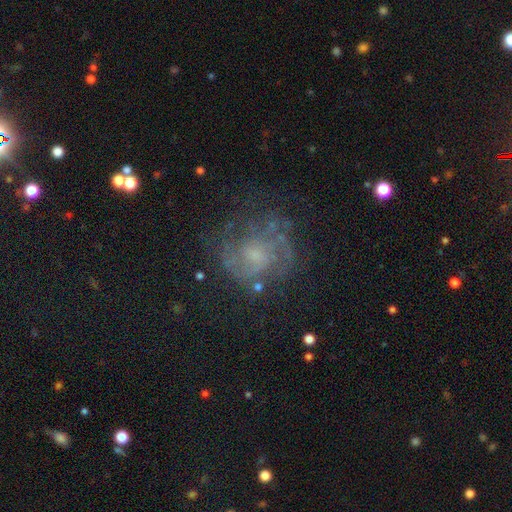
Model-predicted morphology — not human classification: A featured or disk galaxy (70%) with no bar (65%), medium (42%) spiral arms (80%) and a small central bulge (50%). Merging: none (64%).